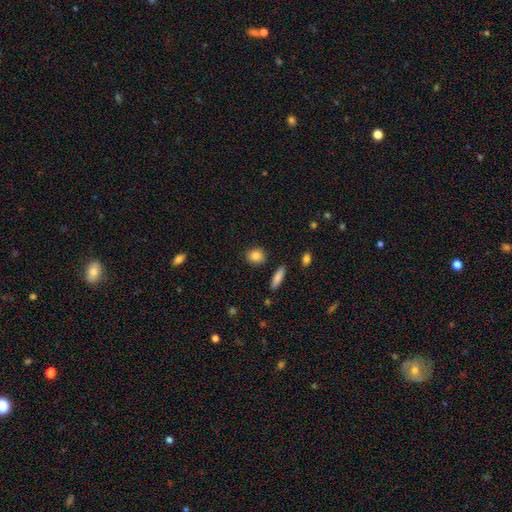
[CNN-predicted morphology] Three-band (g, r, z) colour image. It shows a smooth galaxy with no disk features (85%) that is round (66%). Merging: none (87%).